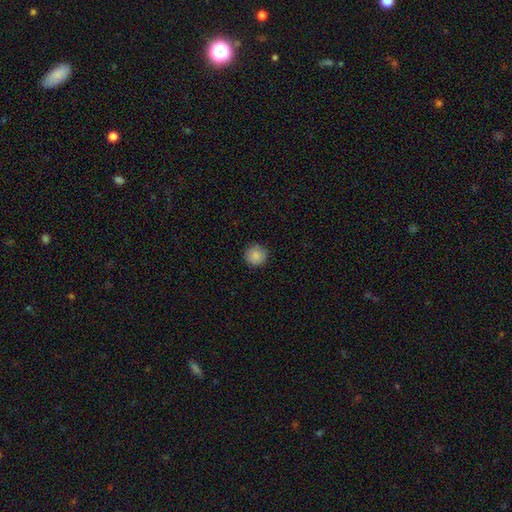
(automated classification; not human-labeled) A smooth galaxy with no disk features (87%) that is round (95%).

Vote fractions:
- Smooth or featured? smooth: 87% / star or artifact: 9% / featured or disk: 4%
- How rounded? round: 95% / in between: 4% / cigar-shaped: 1%
- Merging? none: 91% / minor disturbance: 6% / major disturbance: 2% / merger: 1%